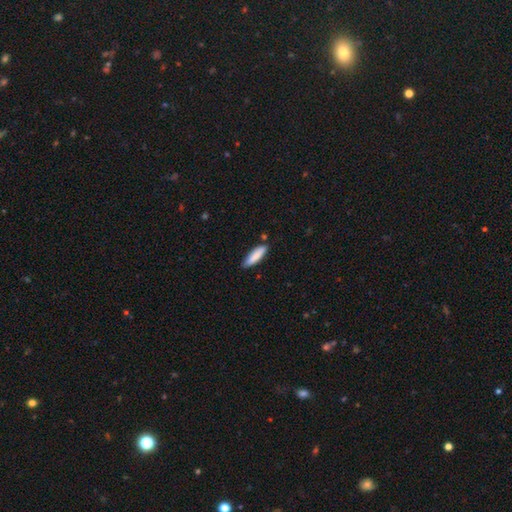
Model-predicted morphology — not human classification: A smooth galaxy with no disk features (86%) that is cigar-shaped (63%).

Vote fractions:
- Smooth or featured? smooth: 86% / featured or disk: 8% / star or artifact: 6%
- How rounded? cigar-shaped: 63% / in between: 36% / round: 1%
- Merging? none: 81% / minor disturbance: 15% / major disturbance: 2% / merger: 2%